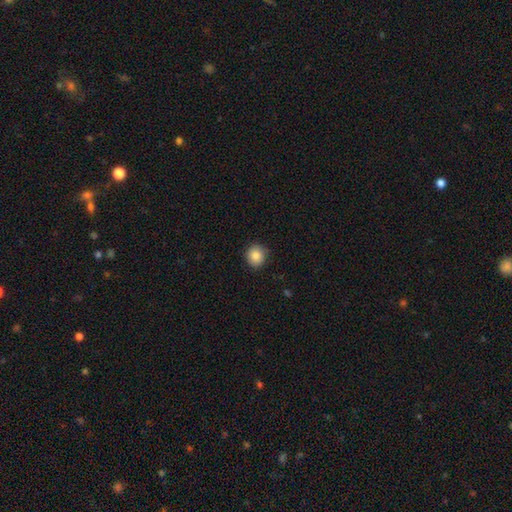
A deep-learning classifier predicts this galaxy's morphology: Smooth or featured?
  - smooth: 86% *
  - star or artifact: 9%
  - featured or disk: 5%
How rounded?
  - round: 86% *
  - in between: 13%
  - cigar-shaped: 1%
Merging?
  - none: 87% *
  - minor disturbance: 9%
  - major disturbance: 2%
  - merger: 1%